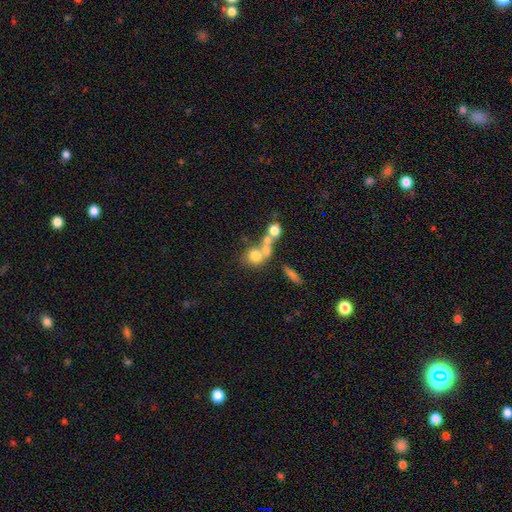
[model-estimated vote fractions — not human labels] Q: Smooth or featured?
A: smooth (66%); runner-up: featured or disk (20%)
Q: How rounded?
A: round (70%); runner-up: in between (28%)
Q: Merging?
A: merger (52%); runner-up: none (31%)